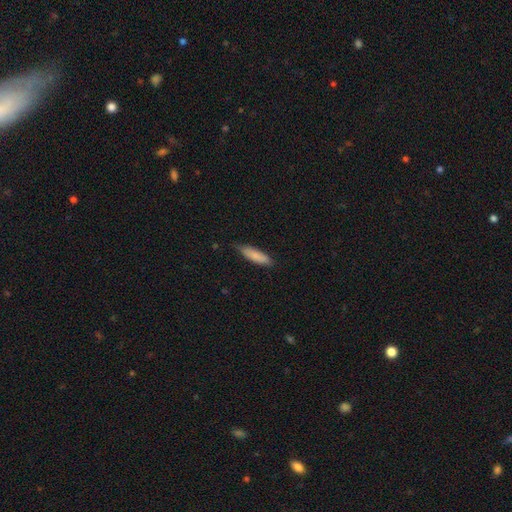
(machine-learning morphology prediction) Smooth or featured? smooth (83%)
How rounded? cigar-shaped (63%)
Merging? none (74%)